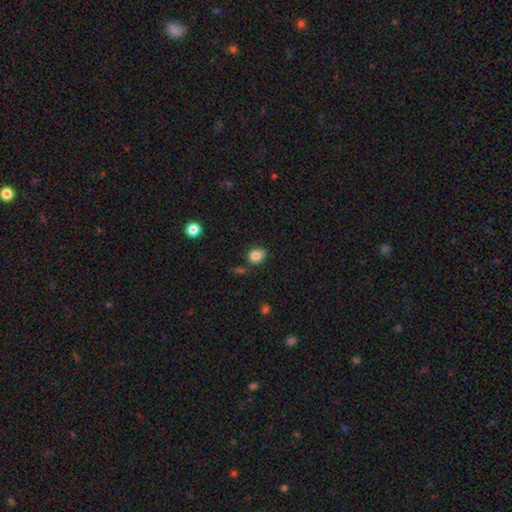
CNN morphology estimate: Overall: smooth (82%). How rounded: round (65%; in between 34%). Merging: none (61%; minor disturbance 27%).